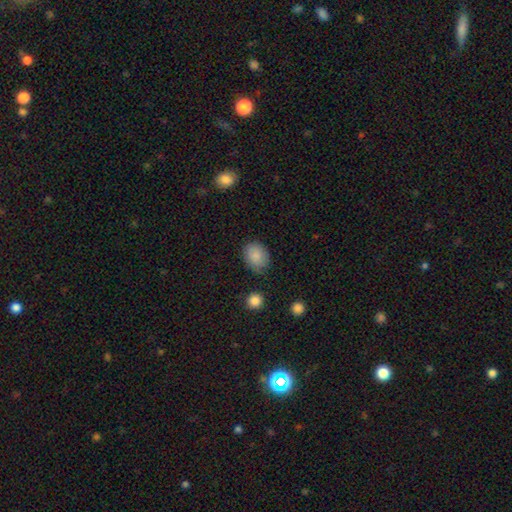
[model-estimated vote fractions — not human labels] Smooth or featured? smooth (86%)
How rounded? in between (58%)
Merging? none (77%)